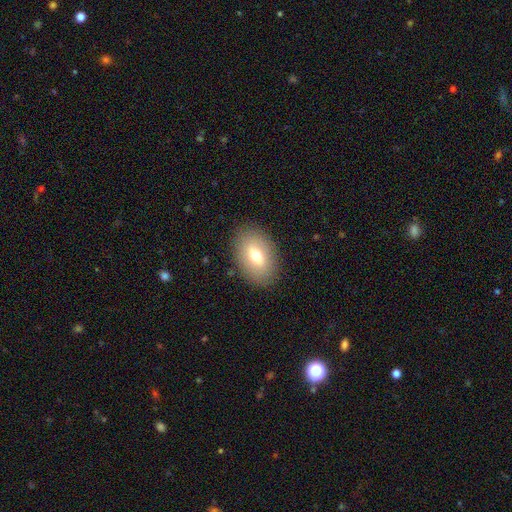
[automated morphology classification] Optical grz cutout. It shows a smooth galaxy with no disk features (68%) that is in between round and cigar-shaped (88%). Merging: none (86%).